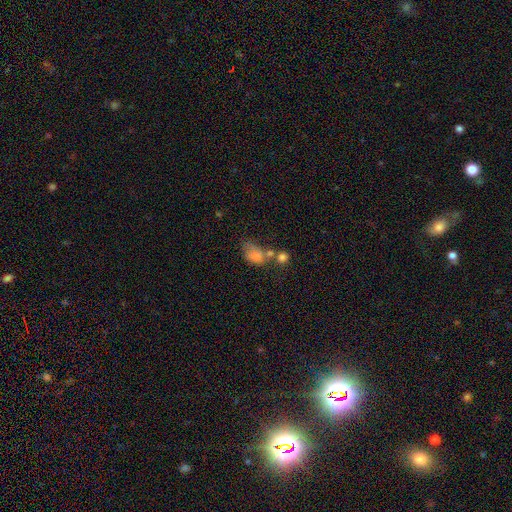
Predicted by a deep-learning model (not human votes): A smooth galaxy with no disk features (70%) that is in between round and cigar-shaped (70%).

Vote fractions:
- Smooth or featured? smooth: 70% / featured or disk: 18% / star or artifact: 12%
- How rounded? in between: 70% / round: 28% / cigar-shaped: 2%
- Merging? merger: 35% / none: 24% / minor disturbance: 21% / major disturbance: 20%